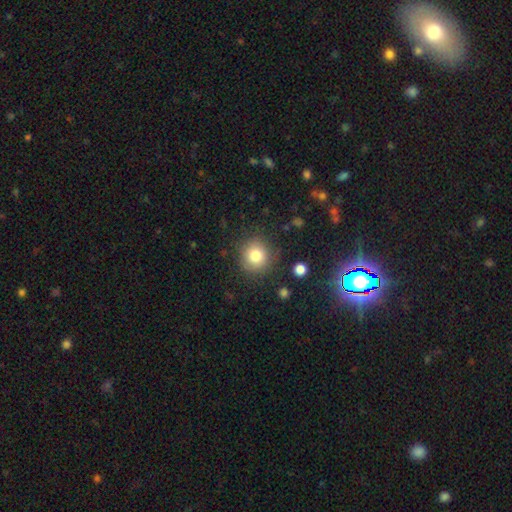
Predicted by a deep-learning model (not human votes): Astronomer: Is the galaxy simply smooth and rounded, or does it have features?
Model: smooth — 81%.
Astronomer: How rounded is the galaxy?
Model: round — 89%.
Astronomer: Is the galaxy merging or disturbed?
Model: none — 84%.